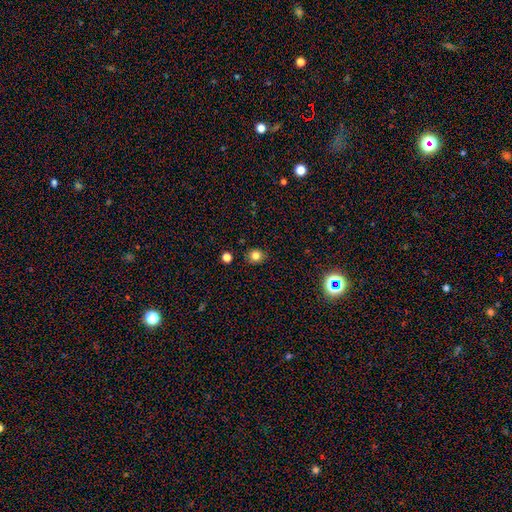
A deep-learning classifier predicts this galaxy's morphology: Smooth or featured? smooth (80%)
How rounded? round (80%)
Merging? none (88%)